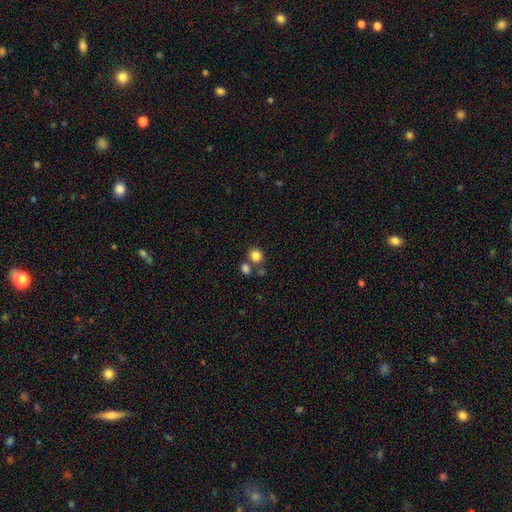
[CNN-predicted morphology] Smooth or featured? smooth (83%)
How rounded? round (78%)
Merging? none (62%)